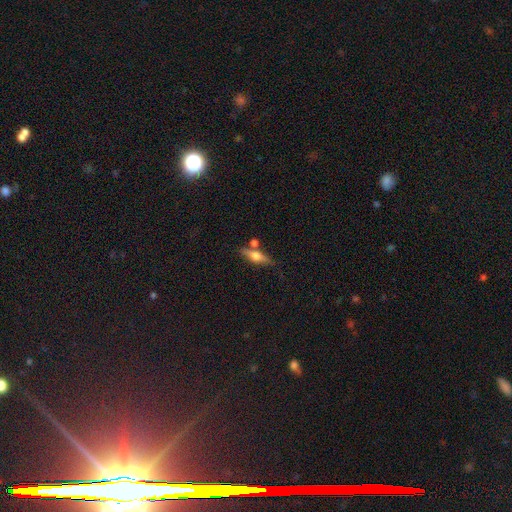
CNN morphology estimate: Smooth or featured? Predicted: featured or disk (p=0.56). Edge-on disk? Predicted: yes (p=0.93). Edge-on bulge? Predicted: rounded (p=0.93). Merging? Predicted: none (p=0.70).